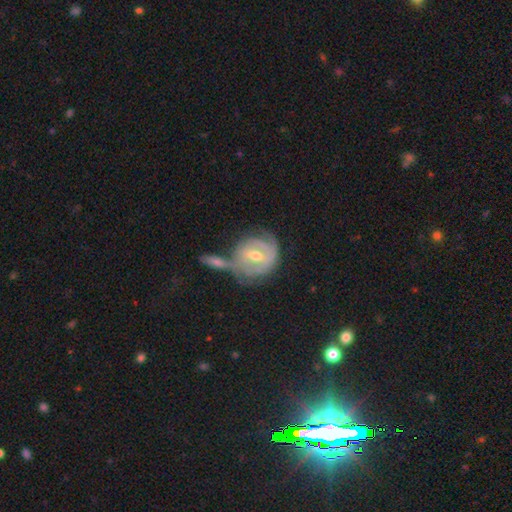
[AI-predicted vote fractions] Overall: featured or disk (76%). Edge-on disk: no (95%). Bar: weak (51%; strong 25%). Spiral arms: yes (81%). Spiral arm count: can't tell (39%; 2 36%). Spiral winding: tight (66%). Bulge size: moderate (68%). Merging: none (42%; merger 30%).